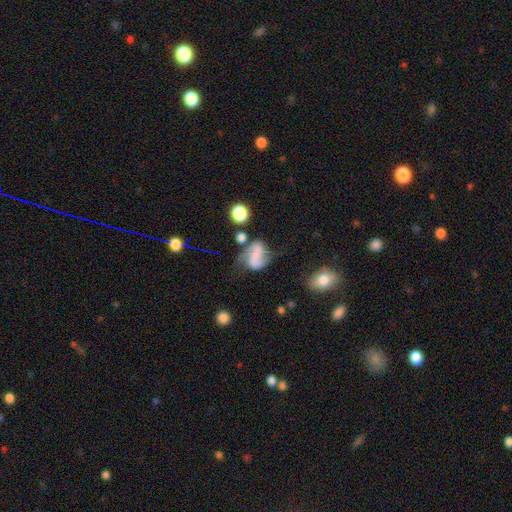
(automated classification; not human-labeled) A featured or disk galaxy (64%) with no bar (40%), 2 (88%) loose (53%) spiral arms (88%) and no central bulge (56%).

Vote fractions:
- Smooth or featured? featured or disk: 64% / smooth: 25% / star or artifact: 11%
- Edge-on disk? no: 97% / yes: 3%
- Bar? no: 40% / weak: 34% / strong: 26%
- Spiral arms? yes: 88% / no: 12%
- Spiral winding? loose: 53% / medium: 35% / tight: 12%
- Spiral arm count? 2: 88% / can't tell: 5% / 1: 4% / 3: 1% / 4: 1% / more than 4: 1%
- Bulge size? none: 56% / small: 25% / moderate: 12% / large: 5% / dominant: 3%
- Merging? none: 46% / minor disturbance: 24% / major disturbance: 18% / merger: 12%